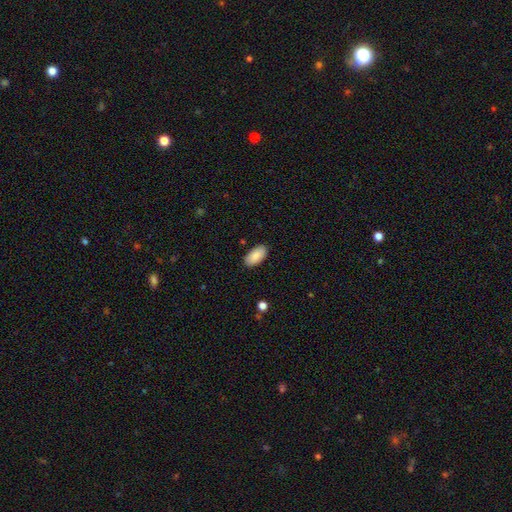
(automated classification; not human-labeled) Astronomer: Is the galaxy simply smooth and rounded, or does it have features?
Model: smooth — 89%.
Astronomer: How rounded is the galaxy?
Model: in between — 95%.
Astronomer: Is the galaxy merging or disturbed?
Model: none — 87%.